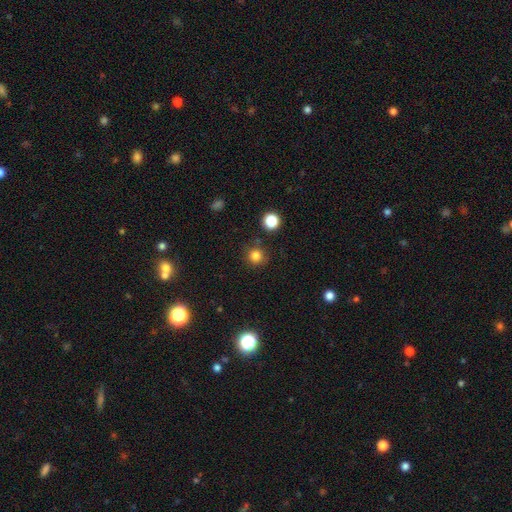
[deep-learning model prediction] The model was most divided on "smooth or featured": smooth: 82%, star or artifact: 14%, featured or disk: 5%. More confident: how rounded — round (92%); merging — none (84%).